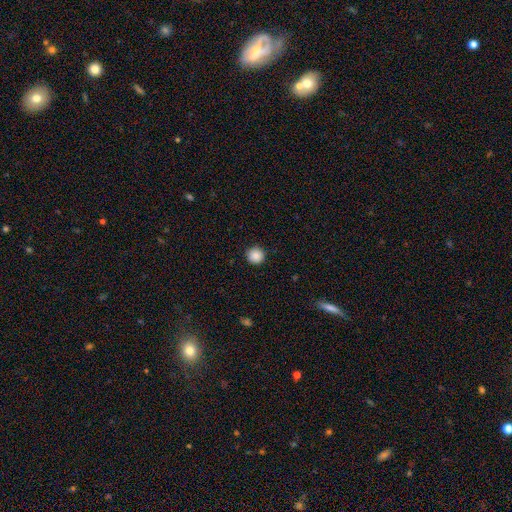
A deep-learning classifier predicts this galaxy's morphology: Q: Smooth or featured?
A: smooth (88%); runner-up: star or artifact (9%)
Q: How rounded?
A: round (95%); runner-up: in between (4%)
Q: Merging?
A: none (92%); runner-up: minor disturbance (5%)